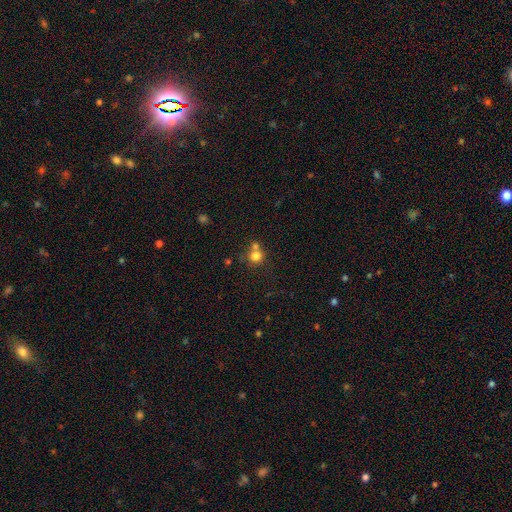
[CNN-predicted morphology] A smooth galaxy with no disk features (77%) that is round (85%).

Vote fractions:
- Smooth or featured? smooth: 77% / star or artifact: 13% / featured or disk: 10%
- How rounded? round: 85% / in between: 14% / cigar-shaped: 1%
- Merging? none: 48% / merger: 40% / minor disturbance: 9% / major disturbance: 4%